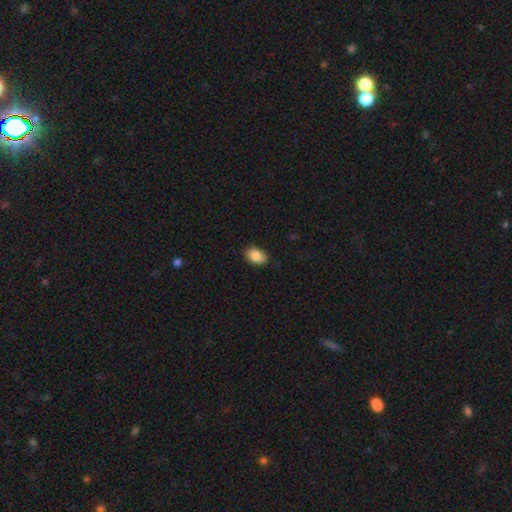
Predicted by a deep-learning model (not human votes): A smooth galaxy with no disk features (89%) that is in between round and cigar-shaped (91%). Merging: none (88%).